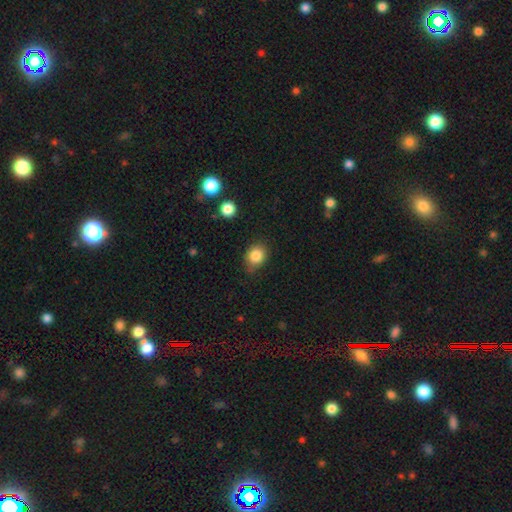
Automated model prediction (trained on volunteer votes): This is clearly a smooth galaxy (85%). How rounded: likely round (65%). Merging: likely none (71%).